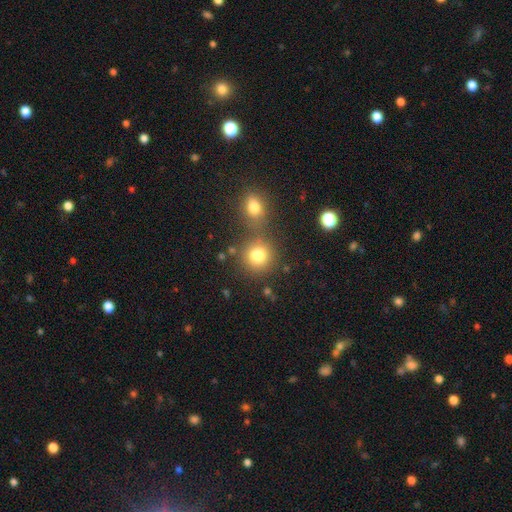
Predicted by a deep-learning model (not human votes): smooth-or-featured: smooth: 80% | star or artifact: 12% | featured or disk: 7%
  how-rounded: round: 87% | in between: 12% | cigar-shaped: 1%
  merging: none: 62% | merger: 25% | minor disturbance: 9% | major disturbance: 4%